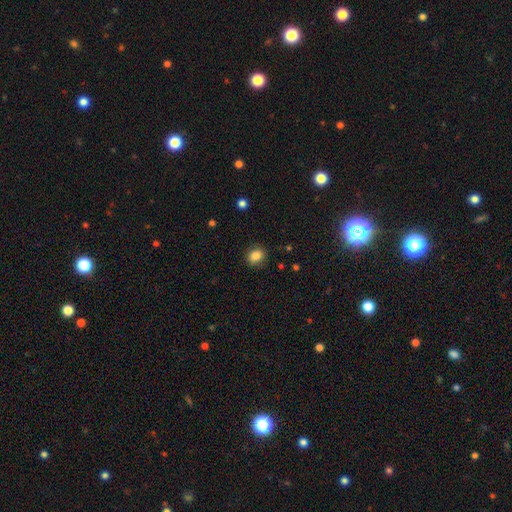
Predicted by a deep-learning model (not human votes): Overall: smooth (85%). How rounded: round (57%; in between 42%). Merging: none (86%).